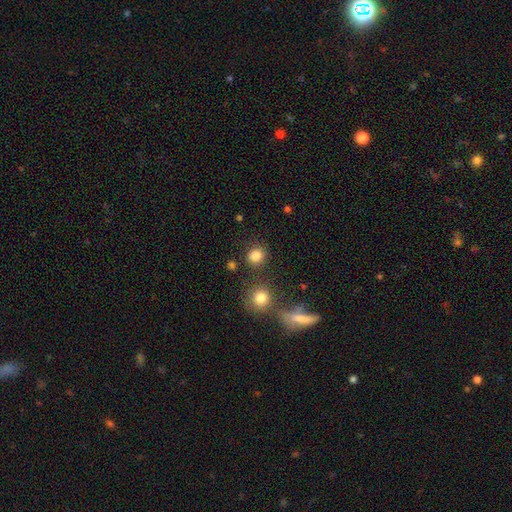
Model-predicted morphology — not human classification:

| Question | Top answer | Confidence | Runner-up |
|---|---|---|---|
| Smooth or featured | smooth | 83% | star or artifact (12%) |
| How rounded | round | 84% | in between (15%) |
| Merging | none | 83% | minor disturbance (8%) |